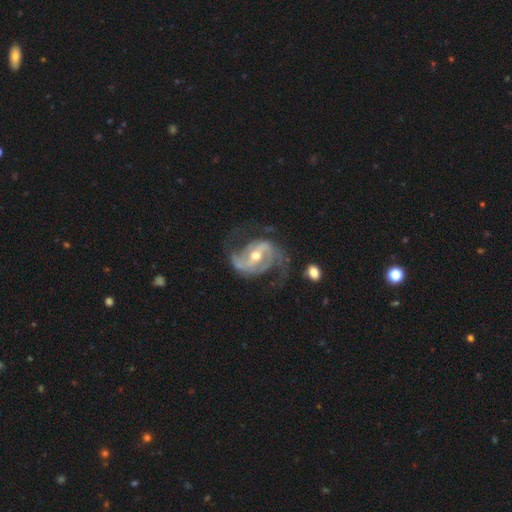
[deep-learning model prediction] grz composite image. It shows a featured or disk galaxy (90%) with a strong bar (43%), 2 (85%) medium (51%) spiral arms (97%) and a moderate central bulge (65%). Merging: none (66%).